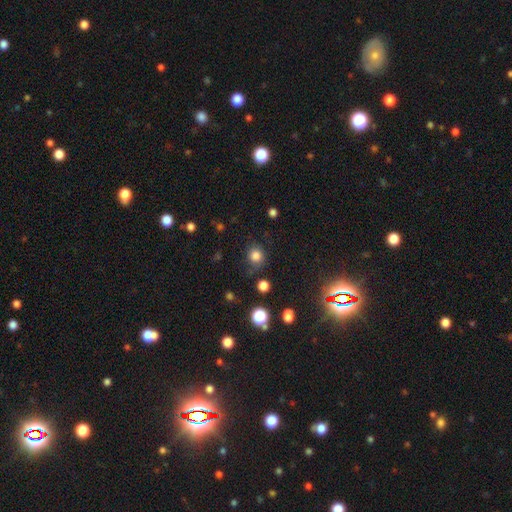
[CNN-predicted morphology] This is clearly a smooth galaxy (81%). How rounded: clearly round (86%). Merging: likely none (76%).